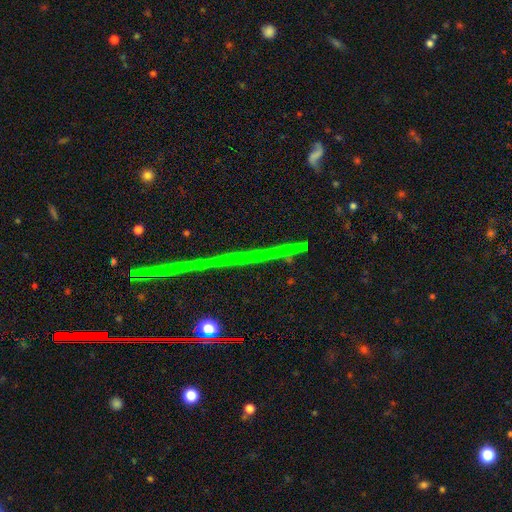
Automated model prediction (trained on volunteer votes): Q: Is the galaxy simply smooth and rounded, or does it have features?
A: star or artifact — 80%.